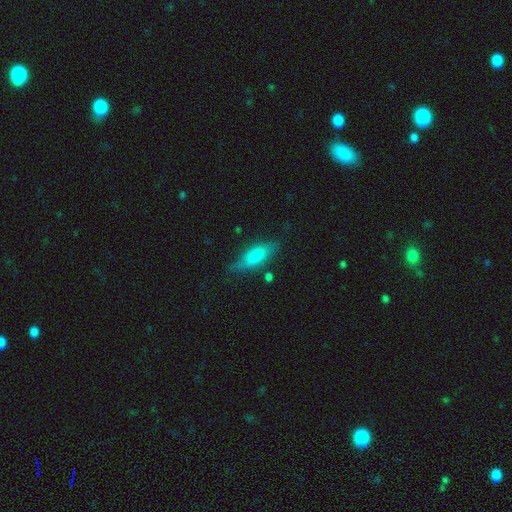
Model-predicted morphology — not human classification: The model was most divided on "how rounded": in between: 55%, cigar-shaped: 42%, round: 3%. More confident: merging — none (73%); smooth or featured — smooth (66%).